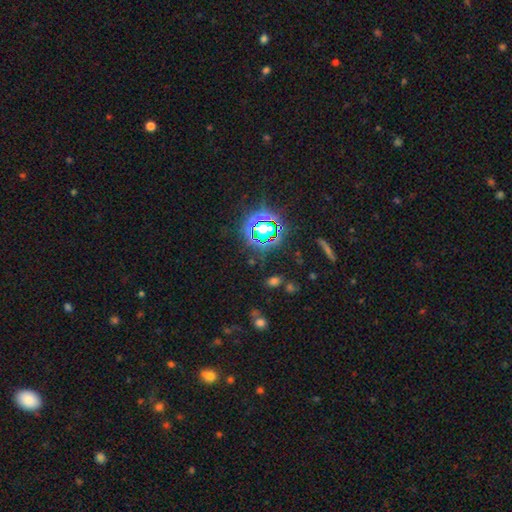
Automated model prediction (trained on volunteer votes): smooth_or_featured: star or artifact (p=0.77) [alt: smooth p=0.15]